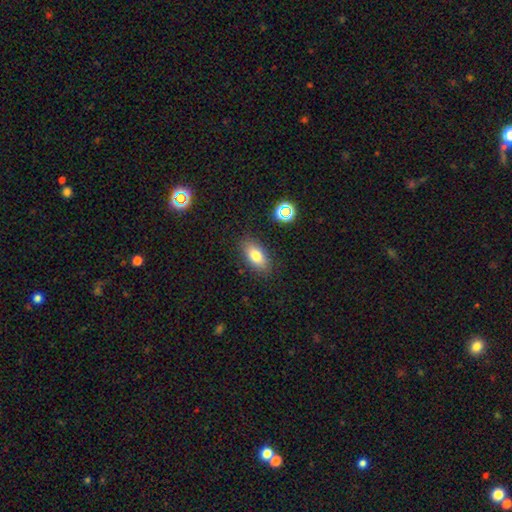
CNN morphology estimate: A smooth galaxy with no disk features (78%) that is in between round and cigar-shaped (87%).

Vote fractions:
- Smooth or featured? smooth: 78% / featured or disk: 12% / star or artifact: 10%
- How rounded? in between: 87% / cigar-shaped: 7% / round: 6%
- Merging? none: 85% / minor disturbance: 10% / major disturbance: 3% / merger: 2%